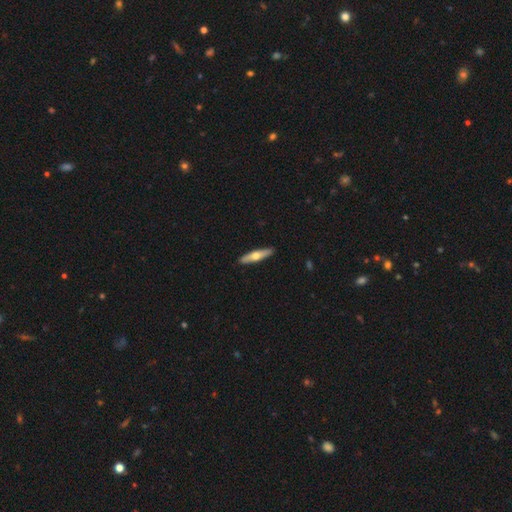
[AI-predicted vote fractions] Smooth or featured? Predicted: featured or disk (p=0.48). Merging? Predicted: none (p=0.91).